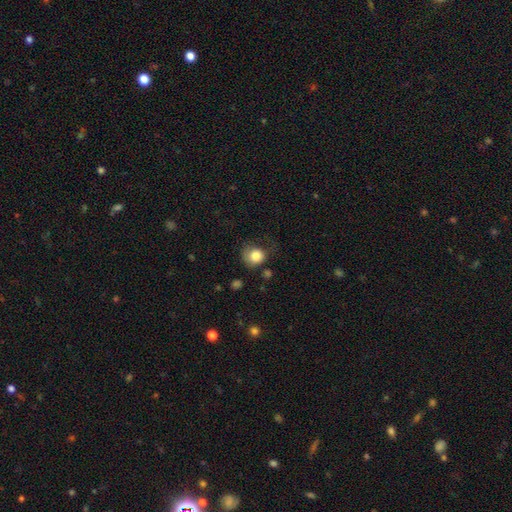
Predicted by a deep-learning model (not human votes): Overall: smooth (83%). How rounded: round (81%). Merging: none (51%; minor disturbance 28%).